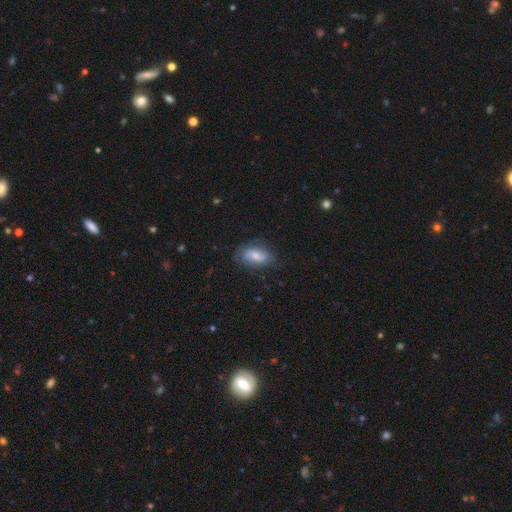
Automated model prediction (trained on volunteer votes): This appears to be a smooth galaxy with no disk features (58%) that is in between round and cigar-shaped (88%). Merging: none (68%).